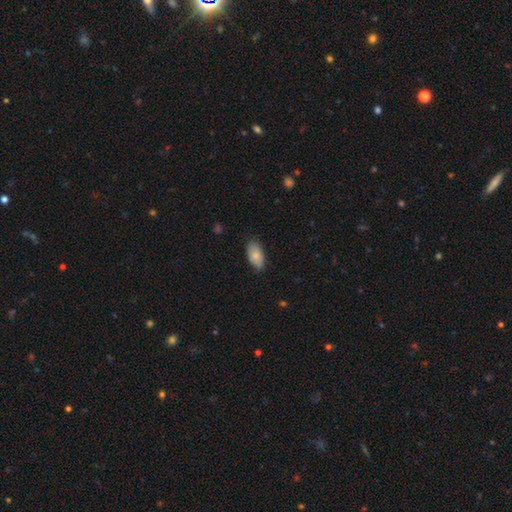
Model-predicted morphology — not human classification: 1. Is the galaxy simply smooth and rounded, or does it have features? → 84% smooth, 10% featured or disk, 6% star or artifact.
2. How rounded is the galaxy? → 94% in between, 3% cigar-shaped, 3% round.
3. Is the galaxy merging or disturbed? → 76% none, 20% minor disturbance, 3% major disturbance, 1% merger.